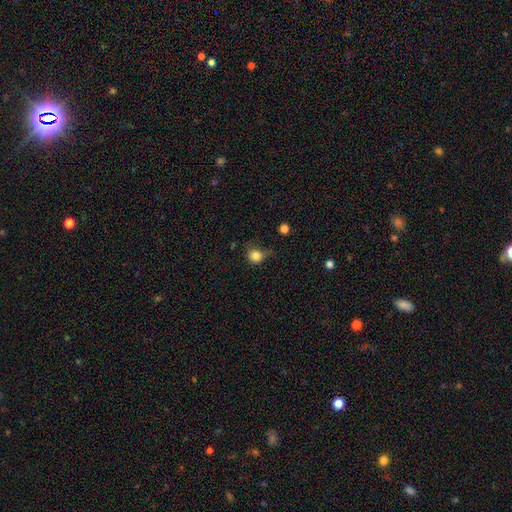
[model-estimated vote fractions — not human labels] This is clearly a smooth galaxy (82%). How rounded: clearly round (83%). Merging: possibly none (51%).